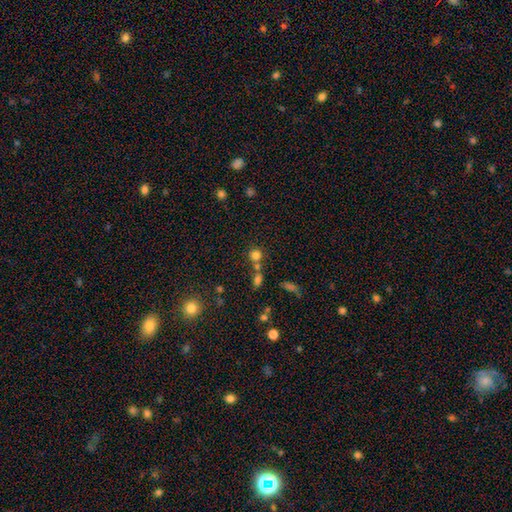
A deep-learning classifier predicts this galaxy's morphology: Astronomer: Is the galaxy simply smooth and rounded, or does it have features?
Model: smooth — 75%.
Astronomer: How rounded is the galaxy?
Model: round — 89%.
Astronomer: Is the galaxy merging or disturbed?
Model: none — 57%.